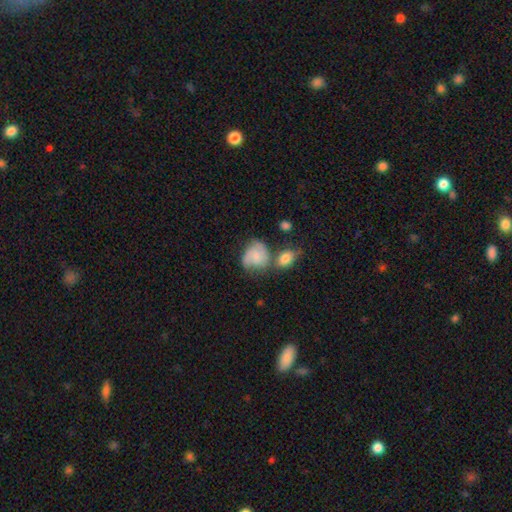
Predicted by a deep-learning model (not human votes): Smooth or featured: featured or disk — 48% (smooth — 44%)
Merging: none — 43% (merger — 23%)